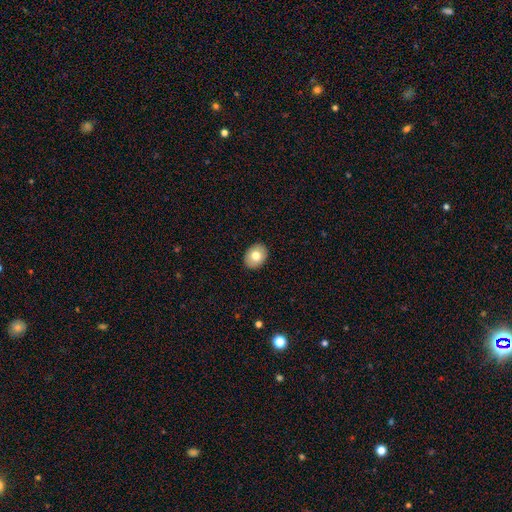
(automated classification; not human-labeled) A smooth galaxy with no disk features (76%) that is in between round and cigar-shaped (61%). Merging: none (91%).